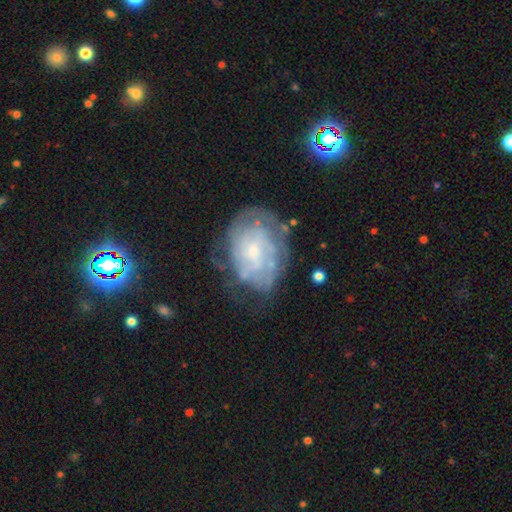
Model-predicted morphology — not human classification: type=featured or disk (72%); edge-on=no (97%); bar=no (67%); spiral arms=yes (82%); winding=tight (67%); arm count=can't tell (60%); bulge=small (70%); merging=none (65%).